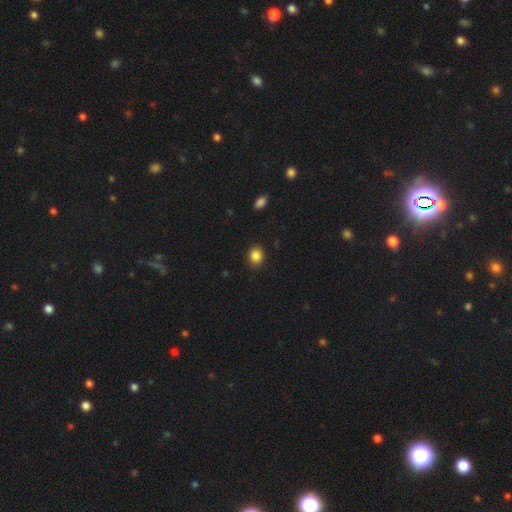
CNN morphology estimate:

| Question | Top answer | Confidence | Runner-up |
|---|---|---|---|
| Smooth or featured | smooth | 86% | star or artifact (10%) |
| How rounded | round | 70% | in between (29%) |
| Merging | none | 89% | minor disturbance (8%) |